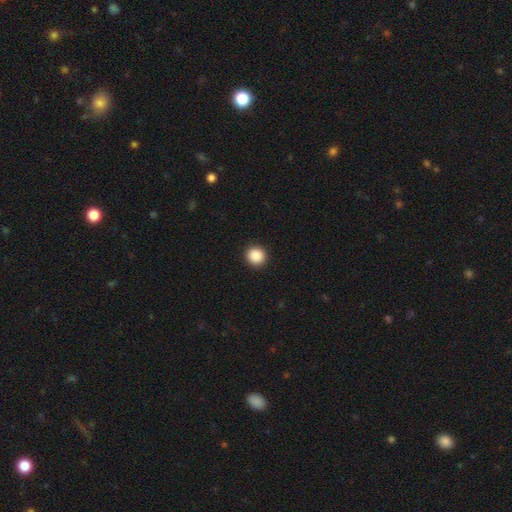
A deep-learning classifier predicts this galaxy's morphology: smooth-or-featured: smooth: 88% | star or artifact: 9% | featured or disk: 2%
  how-rounded: round: 92% | in between: 7% | cigar-shaped: 1%
  merging: none: 92% | minor disturbance: 5% | major disturbance: 2% | merger: 1%